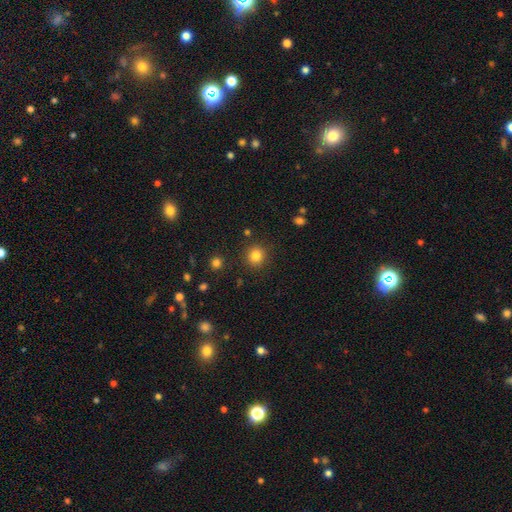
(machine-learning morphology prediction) Overall: smooth (83%). How rounded: round (91%). Merging: none (89%).